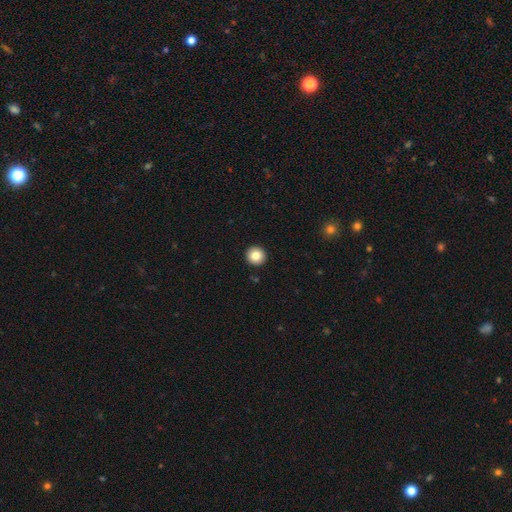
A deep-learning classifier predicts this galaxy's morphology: type=smooth (83%); roundness=round (95%); merging=none (94%).